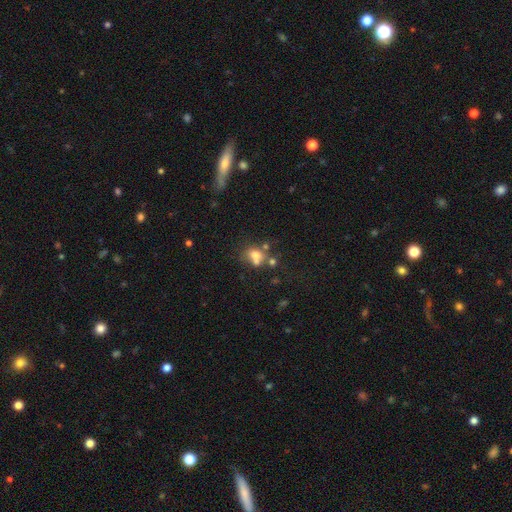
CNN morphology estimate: The model was most divided on "merging": merger: 42%, none: 38%, minor disturbance: 13%, major disturbance: 8%. More confident: smooth or featured — smooth (66%); how rounded — round (58%).